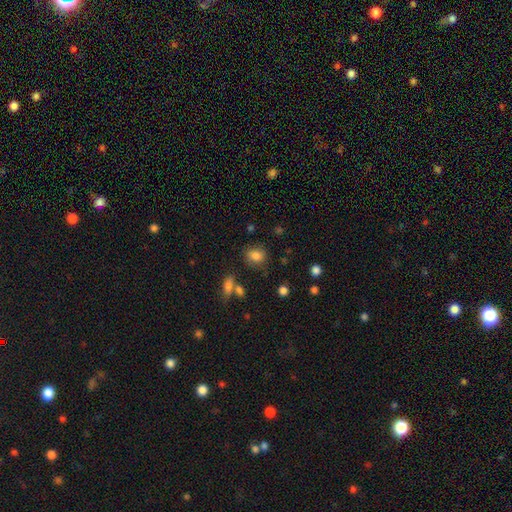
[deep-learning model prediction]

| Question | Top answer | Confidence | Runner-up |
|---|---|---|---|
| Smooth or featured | smooth | 83% | star or artifact (10%) |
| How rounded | round | 60% | in between (39%) |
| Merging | none | 78% | minor disturbance (13%) |